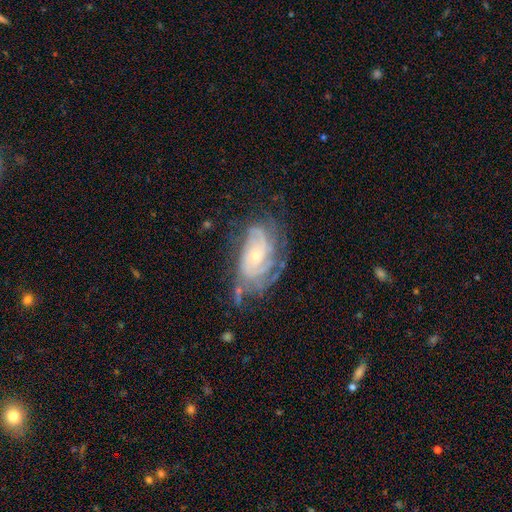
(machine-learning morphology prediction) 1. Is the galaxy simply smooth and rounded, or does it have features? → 84% featured or disk, 10% smooth, 7% star or artifact.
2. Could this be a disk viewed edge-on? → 96% no, 4% yes.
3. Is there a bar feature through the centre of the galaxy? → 71% no, 24% weak, 6% strong.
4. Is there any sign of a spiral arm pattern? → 94% yes, 6% no.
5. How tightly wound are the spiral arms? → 65% tight, 28% medium, 8% loose.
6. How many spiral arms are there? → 37% can't tell, 21% 2, 19% 3, 11% 4, 6% more than 4, 5% 1.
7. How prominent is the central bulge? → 71% small, 24% moderate, 2% none, 2% large, 1% dominant.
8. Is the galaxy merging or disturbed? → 59% none, 24% minor disturbance, 14% major disturbance, 3% merger.